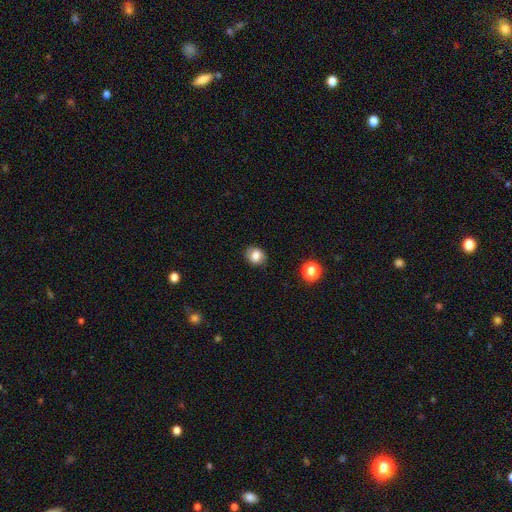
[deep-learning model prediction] Smooth or featured?
  - smooth: 82% *
  - star or artifact: 10%
  - featured or disk: 8%
How rounded?
  - round: 58% *
  - in between: 41%
  - cigar-shaped: 1%
Merging?
  - none: 84% *
  - minor disturbance: 11%
  - major disturbance: 3%
  - merger: 1%